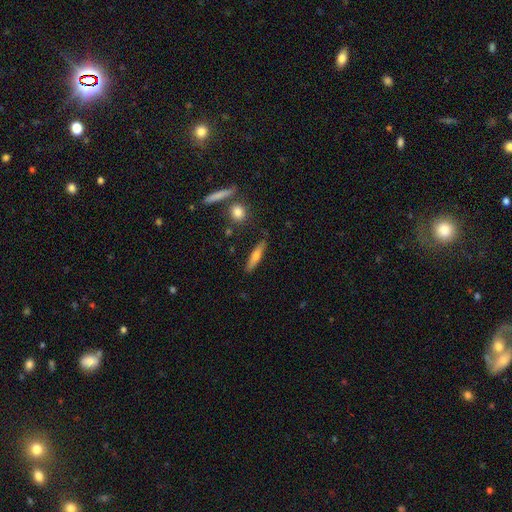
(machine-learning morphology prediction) Smooth or featured: smooth — 60% (featured or disk — 33%)
How rounded: cigar-shaped — 81% (in between — 16%)
Merging: none — 83% (minor disturbance — 12%)